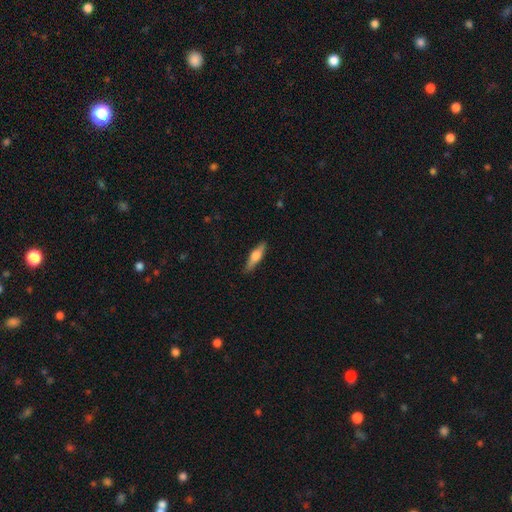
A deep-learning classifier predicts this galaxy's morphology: Smooth or featured: smooth — 51% (featured or disk — 43%)
How rounded: cigar-shaped — 67% (in between — 30%)
Merging: none — 86% (minor disturbance — 11%)